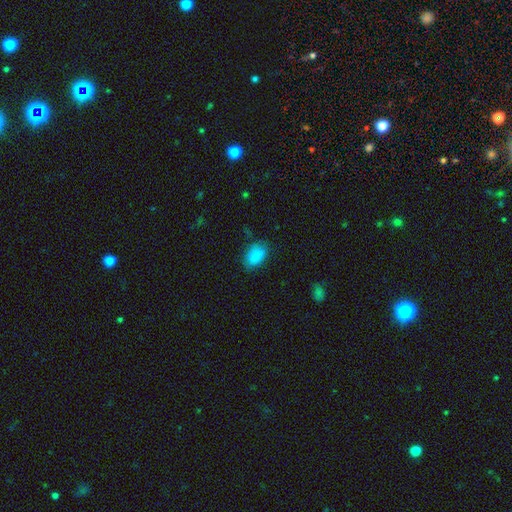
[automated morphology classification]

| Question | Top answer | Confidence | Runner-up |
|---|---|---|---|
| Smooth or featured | smooth | 88% | star or artifact (8%) |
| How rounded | in between | 89% | round (10%) |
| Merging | none | 75% | minor disturbance (19%) |